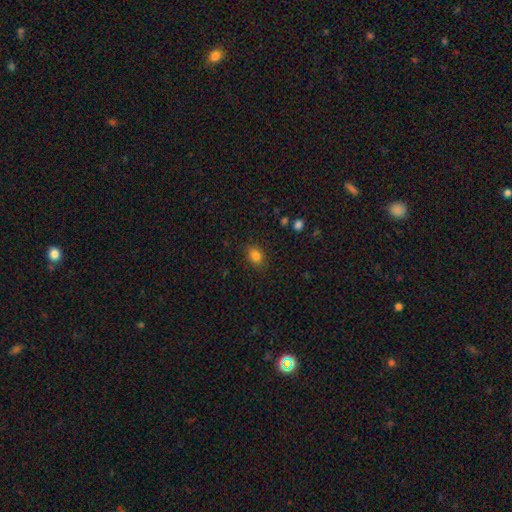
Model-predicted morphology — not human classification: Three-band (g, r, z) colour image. It shows a smooth galaxy with no disk features (82%) that is in between round and cigar-shaped (63%). Merging: none (84%).